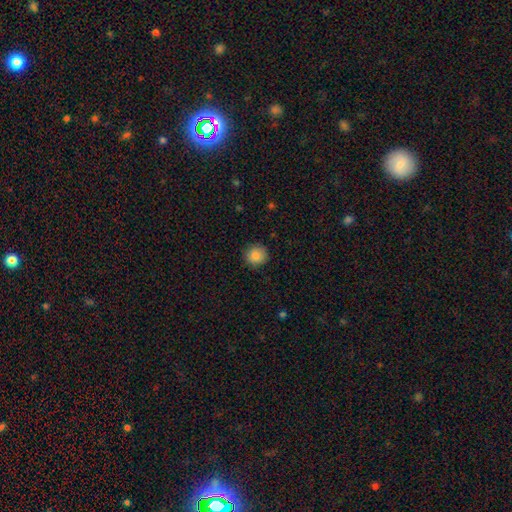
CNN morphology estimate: Q: Smooth or featured?
A: smooth (87%); runner-up: star or artifact (9%)
Q: How rounded?
A: round (92%); runner-up: in between (7%)
Q: Merging?
A: none (89%); runner-up: minor disturbance (8%)